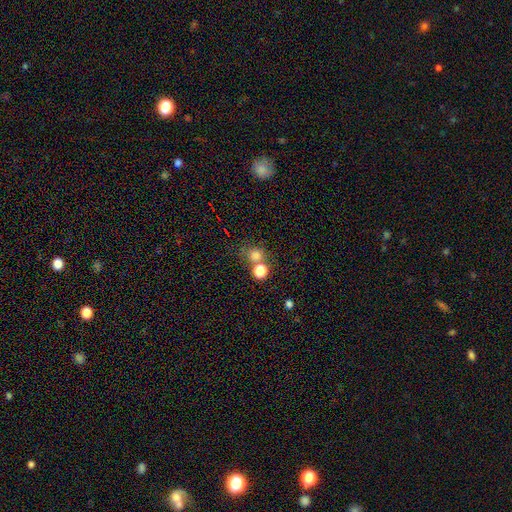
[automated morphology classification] smooth 77%, star or artifact 16%, featured or disk 8%. Down the decision tree: how rounded — round (84%); merging — none (55%).